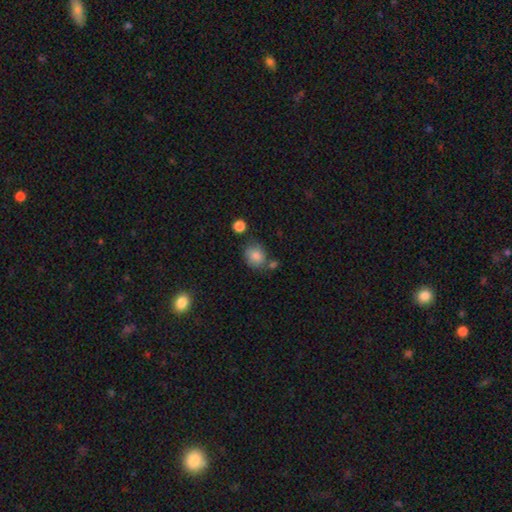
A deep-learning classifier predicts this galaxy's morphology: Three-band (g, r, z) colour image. It shows a smooth galaxy with no disk features (83%) that is round (67%). Merging: none (63%).